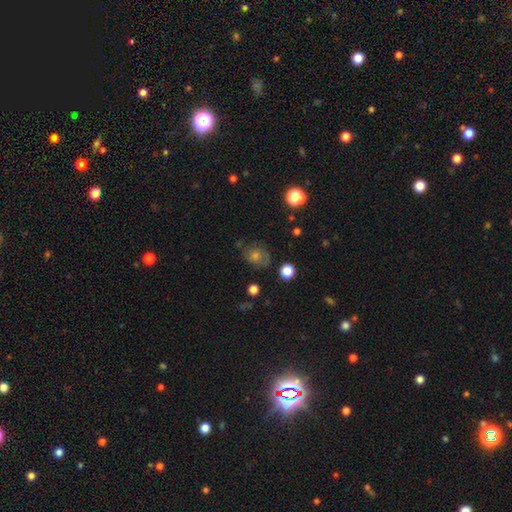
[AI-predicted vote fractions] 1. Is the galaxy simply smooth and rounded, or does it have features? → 49% smooth, 27% featured or disk, 24% star or artifact.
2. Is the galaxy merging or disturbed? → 70% none, 20% minor disturbance, 7% major disturbance, 2% merger.